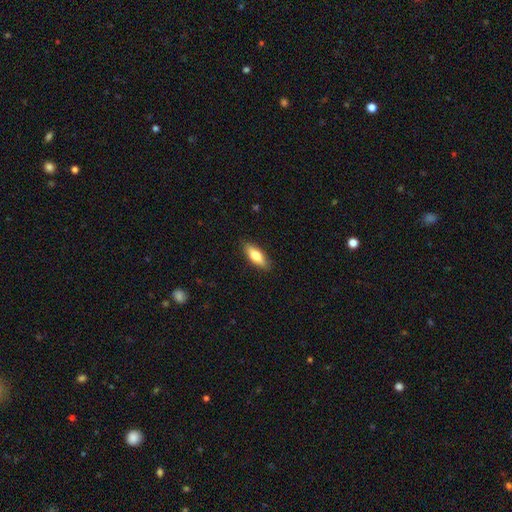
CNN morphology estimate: A smooth galaxy with no disk features (70%) that is in between round and cigar-shaped (64%). Merging: none (88%).